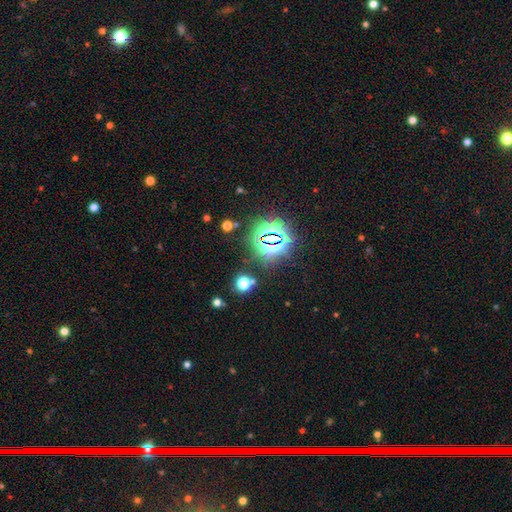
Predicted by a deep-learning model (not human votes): A star or artifact, not a galaxy (78%).